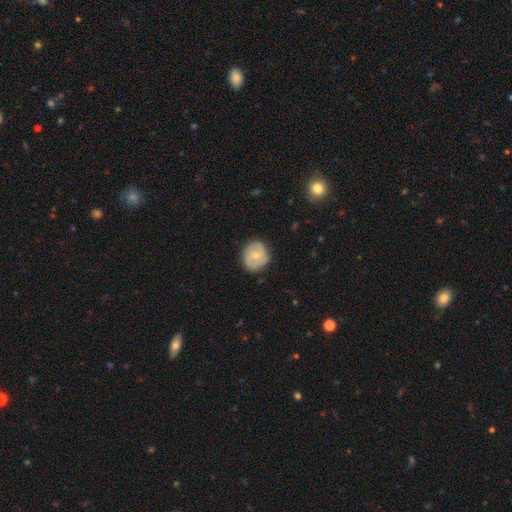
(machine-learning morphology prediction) This is likely a featured or disk galaxy (62%). It is clearly not viewed edge-on (98%). Bar: likely no (64%). Spiral arm pattern: clearly yes (89%). Spiral arm count: possibly 2 (58%). Spiral winding: marginally tight (43%, tied with medium). Central bulge: possibly small (59%). Merging: clearly none (80%).